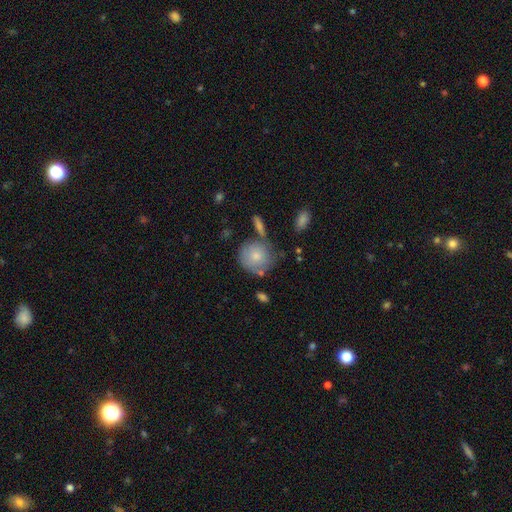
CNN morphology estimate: The model was most divided on "merging": none: 61%, minor disturbance: 20%, merger: 13%, major disturbance: 7%. More confident: how rounded — round (88%); smooth or featured — smooth (74%).